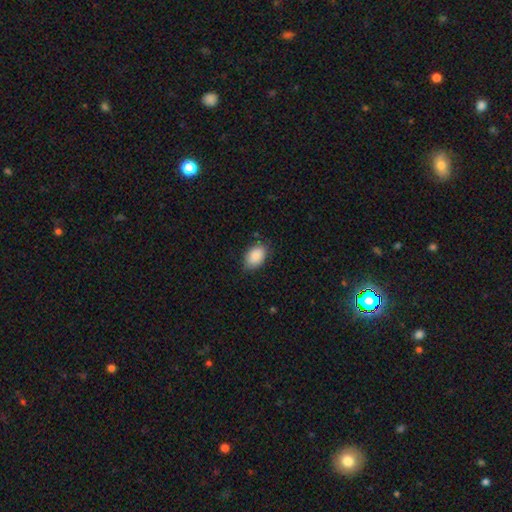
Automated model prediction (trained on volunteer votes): Morphology: type=smooth (89%); roundness=in between (88%); merging=none (78%).